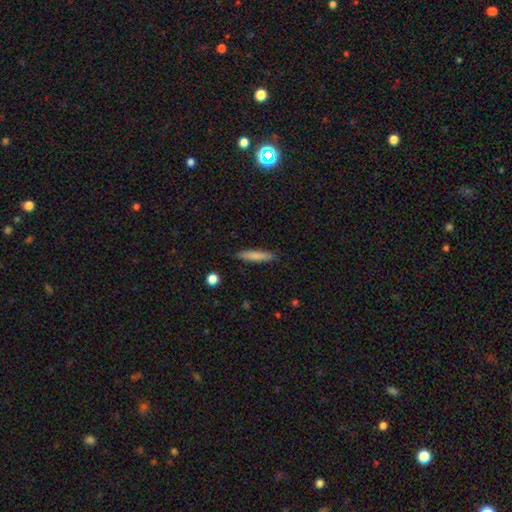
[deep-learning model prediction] The model was most divided on "smooth or featured": smooth: 81%, featured or disk: 13%, star or artifact: 6%. More confident: merging — none (89%); how rounded — cigar-shaped (87%).